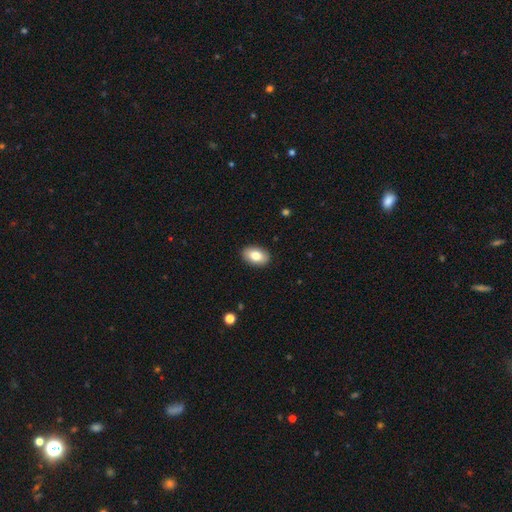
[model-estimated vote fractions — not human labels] Smooth or featured: smooth — 82% (featured or disk — 12%)
How rounded: in between — 91% (round — 8%)
Merging: none — 90% (minor disturbance — 7%)